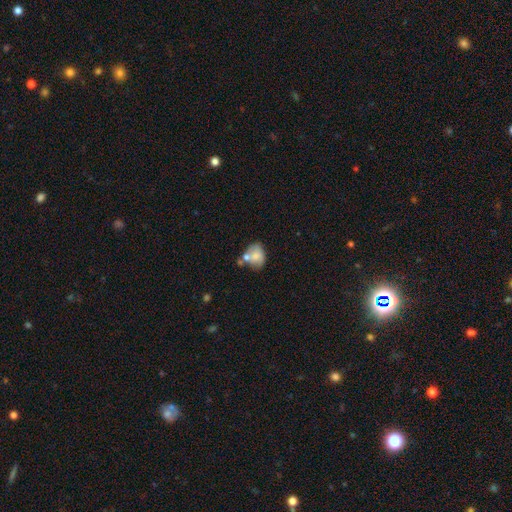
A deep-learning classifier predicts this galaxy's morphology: The model was most divided on "merging": none: 37%, merger: 33%, minor disturbance: 21%, major disturbance: 9%. More confident: smooth or featured — smooth (67%); how rounded — in between (66%).